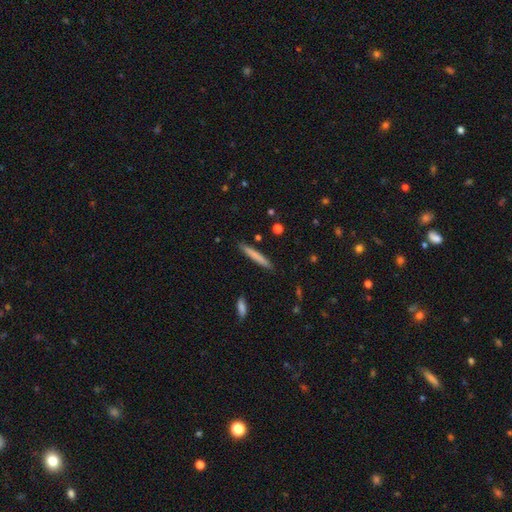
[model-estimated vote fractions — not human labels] Smooth or featured? Predicted: smooth (p=0.74). How rounded? Predicted: cigar-shaped (p=0.96). Merging? Predicted: none (p=0.90).